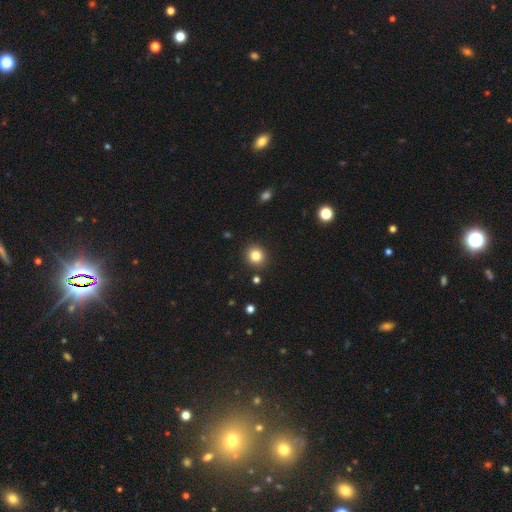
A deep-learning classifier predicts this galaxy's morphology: The model was most divided on "smooth or featured": smooth: 83%, star or artifact: 11%, featured or disk: 6%. More confident: merging — none (90%); how rounded — round (86%).